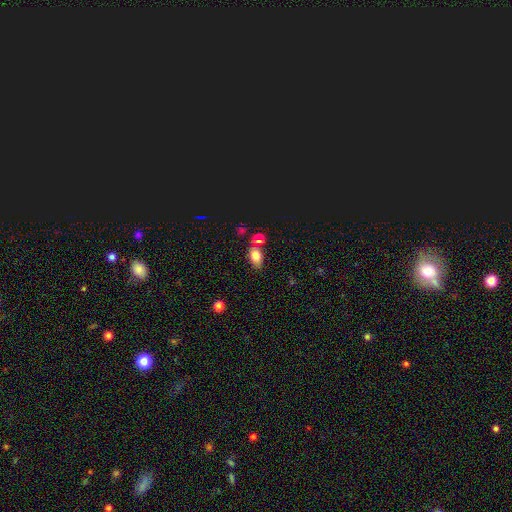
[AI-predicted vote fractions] Morphology: type=smooth (76%); roundness=in between (85%); merging=none (64%).